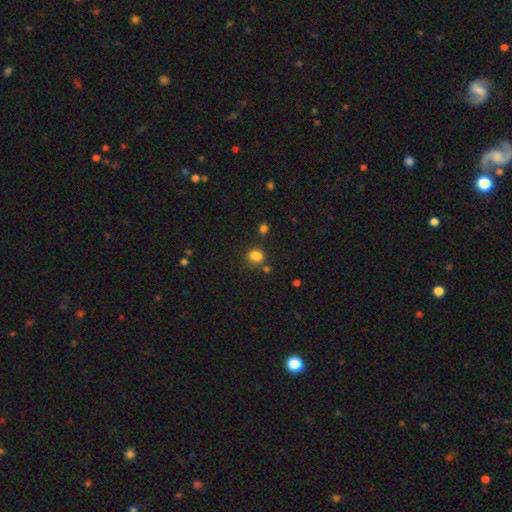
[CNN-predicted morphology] Overall: smooth (83%). How rounded: round (67%; in between 32%). Merging: none (74%).